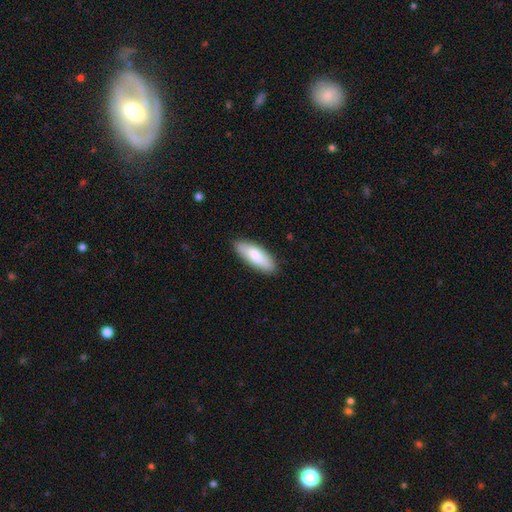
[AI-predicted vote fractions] smooth_or_featured: smooth (p=0.80) [alt: featured or disk p=0.14]
how_rounded: in between (p=0.66) [alt: cigar-shaped p=0.32]
merging: none (p=0.86) [alt: minor disturbance p=0.11]